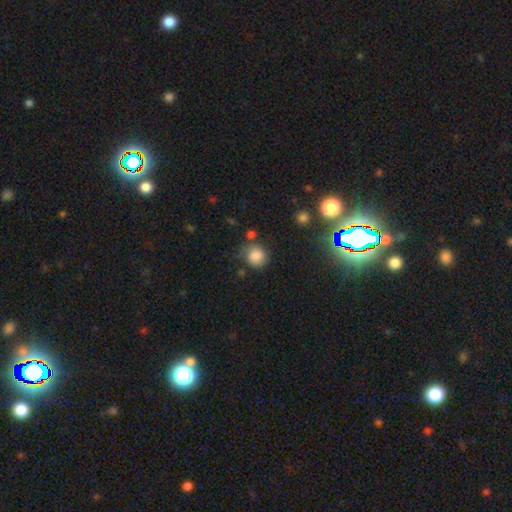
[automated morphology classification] smooth-or-featured: smooth: 83% | star or artifact: 10% | featured or disk: 7%
  how-rounded: round: 81% | in between: 18% | cigar-shaped: 1%
  merging: none: 64% | minor disturbance: 22% | major disturbance: 8% | merger: 6%